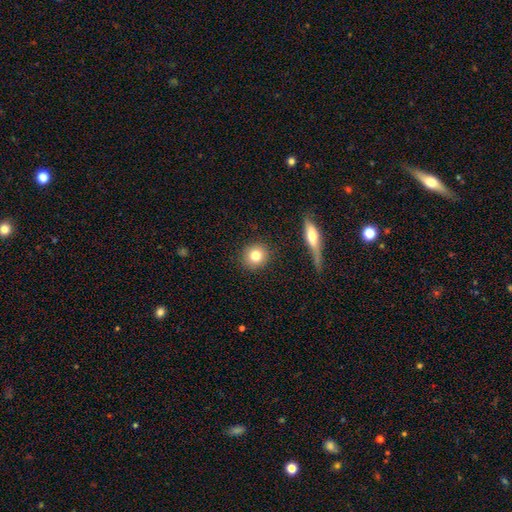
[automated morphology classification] smooth-or-featured: smooth: 80% | featured or disk: 11% | star or artifact: 9%
  how-rounded: round: 89% | in between: 9% | cigar-shaped: 1%
  merging: none: 88% | minor disturbance: 7% | merger: 3% | major disturbance: 2%